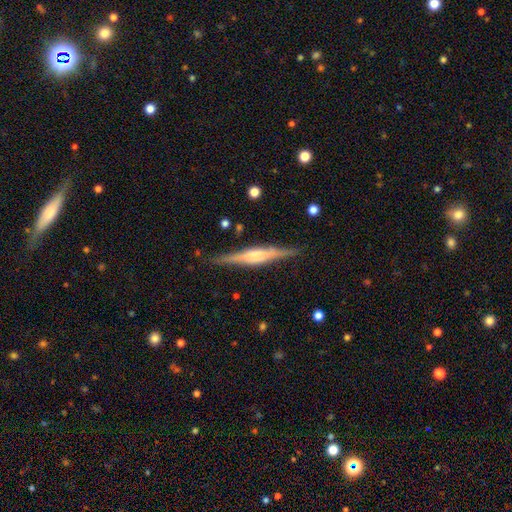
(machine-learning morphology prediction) type=featured or disk (74%); edge-on=yes (97%); edge-on bulge=rounded (55%); merging=none (87%).